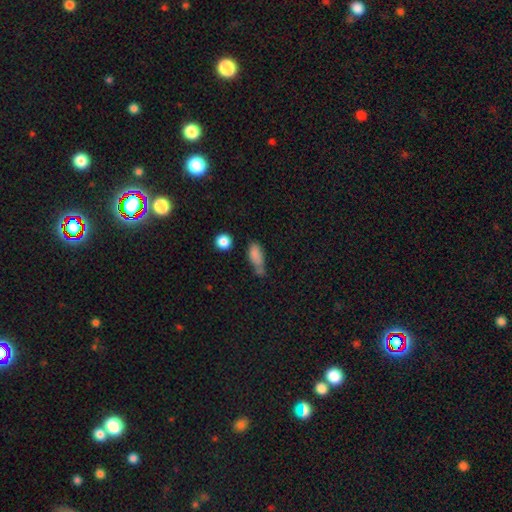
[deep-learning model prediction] This is likely a smooth galaxy (80%). How rounded: likely in between (69%). Merging: marginally minor disturbance (36%).